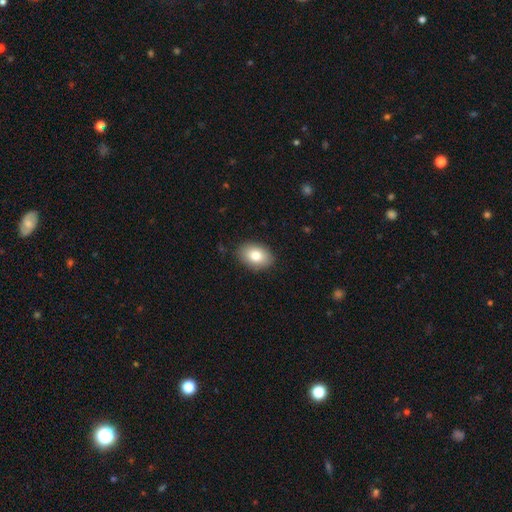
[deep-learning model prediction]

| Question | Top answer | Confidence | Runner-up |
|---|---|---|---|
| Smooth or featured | smooth | 81% | featured or disk (12%) |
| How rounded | in between | 83% | round (16%) |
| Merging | none | 87% | minor disturbance (10%) |